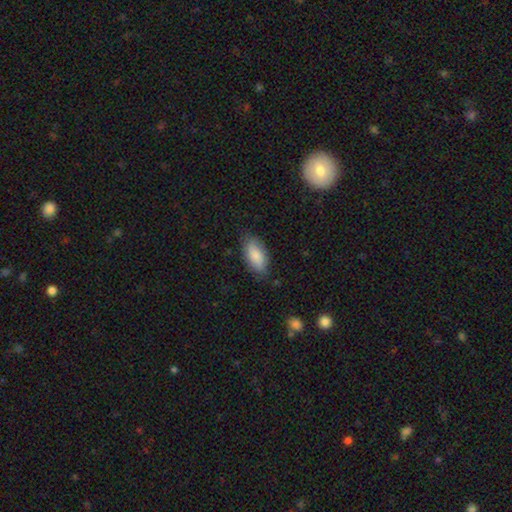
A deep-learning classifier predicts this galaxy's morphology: Overall: smooth (84%). How rounded: in between (90%). Merging: none (76%).